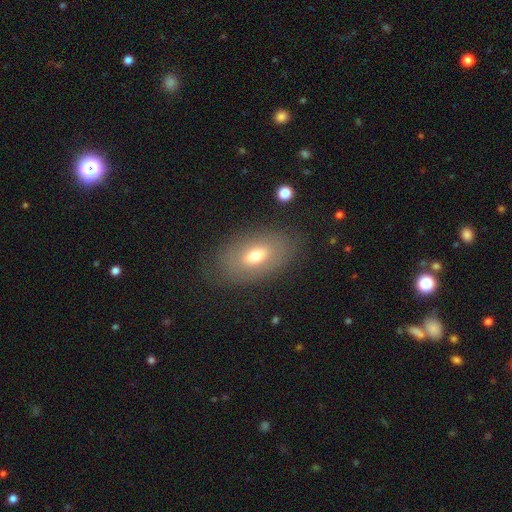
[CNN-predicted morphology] type=smooth (57%); roundness=in between (89%); merging=none (78%).